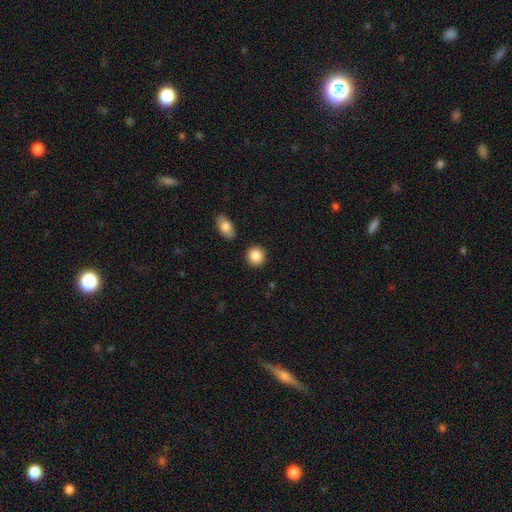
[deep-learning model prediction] The model was most divided on "how rounded": round: 89%, in between: 10%, cigar-shaped: 1%. More confident: merging — none (89%); smooth or featured — smooth (87%).